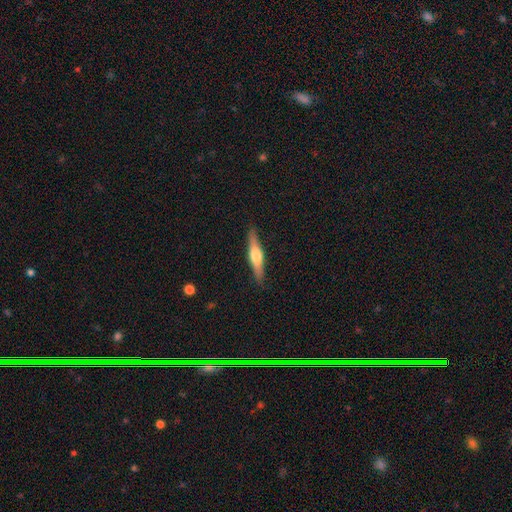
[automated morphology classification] Smooth or featured?
  - featured or disk: 54% *
  - smooth: 40%
  - star or artifact: 6%
Edge-on disk?
  - yes: 95% *
  - no: 5%
Edge-on bulge?
  - rounded: 87% *
  - boxy: 8%
  - none: 5%
Merging?
  - none: 89% *
  - minor disturbance: 8%
  - major disturbance: 2%
  - merger: 1%